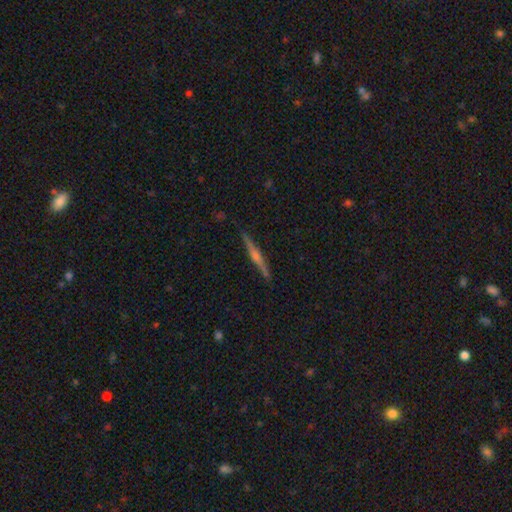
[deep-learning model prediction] A featured or disk galaxy (75%) viewed edge-on (98%) with a rounded central bulge (73%). Merging: none (91%).